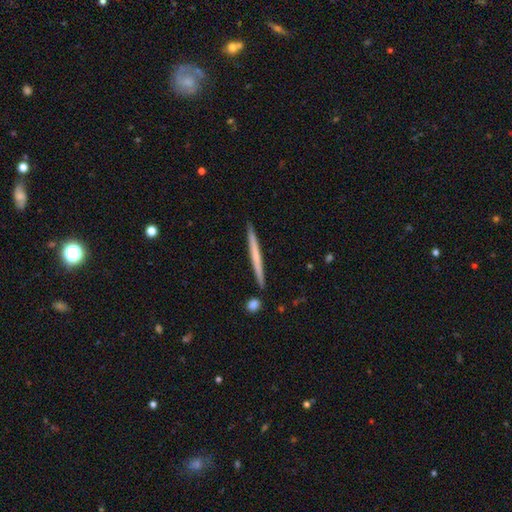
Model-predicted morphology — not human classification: smooth-or-featured: smooth: 50% | featured or disk: 44% | star or artifact: 5%
  how-rounded: cigar-shaped: 97% | in between: 2% | round: 1%
  merging: none: 91% | minor disturbance: 6% | merger: 2% | major disturbance: 1%